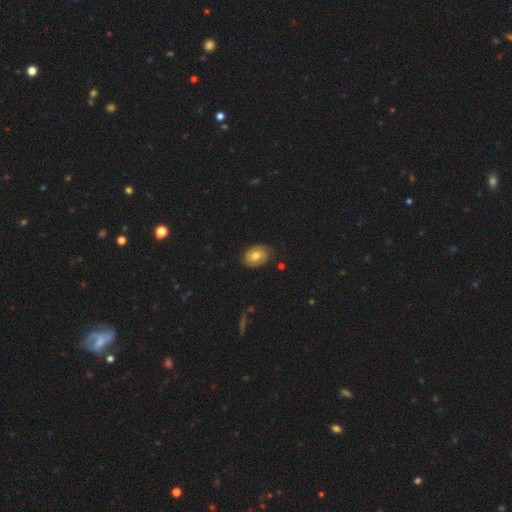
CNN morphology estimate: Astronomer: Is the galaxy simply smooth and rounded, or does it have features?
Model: smooth — 46%, tied with featured or disk at 46%.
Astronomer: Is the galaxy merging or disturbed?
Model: none — 81%.